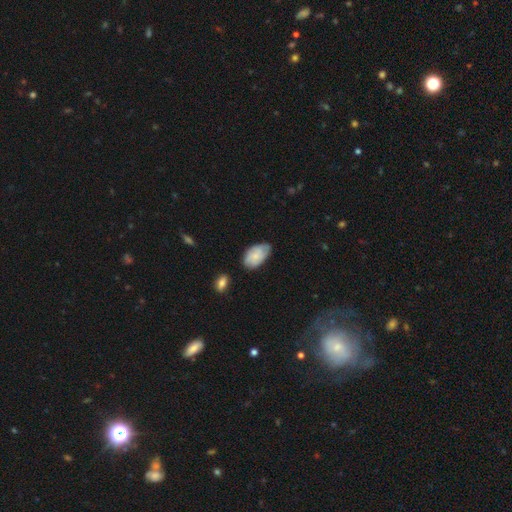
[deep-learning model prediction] Smooth or featured? smooth (71%)
How rounded? in between (94%)
Merging? none (61%)